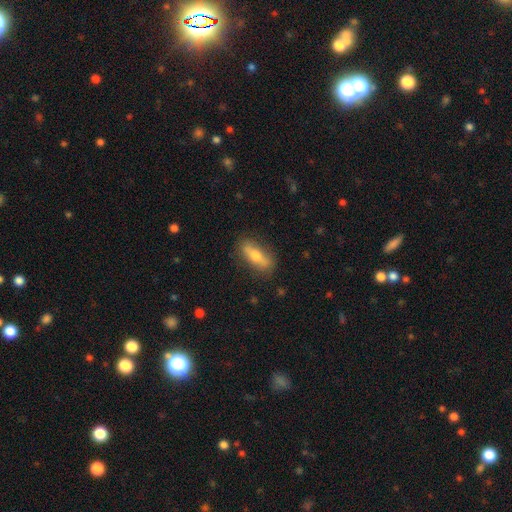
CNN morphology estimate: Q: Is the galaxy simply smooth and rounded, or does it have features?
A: smooth — 58%.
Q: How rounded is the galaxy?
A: in between — 56%.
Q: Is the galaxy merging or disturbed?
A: none — 83%.